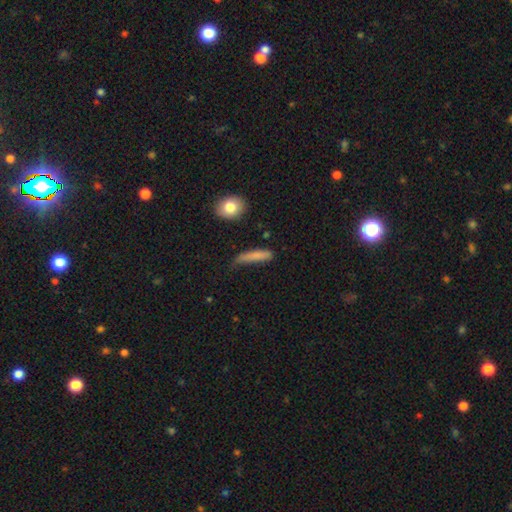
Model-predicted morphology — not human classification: Smooth or featured: smooth — 78% (featured or disk — 14%)
How rounded: cigar-shaped — 78% (in between — 18%)
Merging: none — 54% (minor disturbance — 31%)